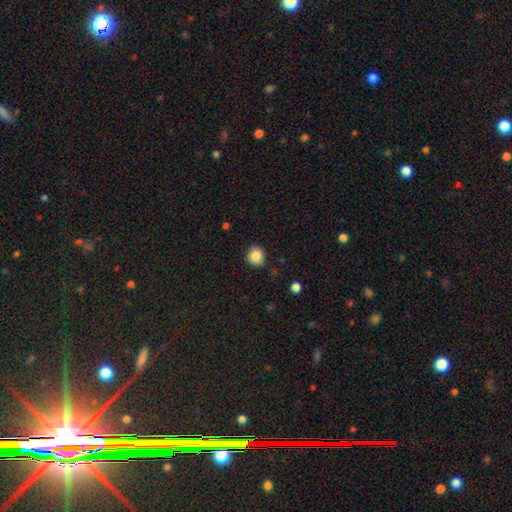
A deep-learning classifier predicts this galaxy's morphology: Smooth or featured? Predicted: smooth (p=0.86). How rounded? Predicted: round (p=0.86). Merging? Predicted: none (p=0.88).